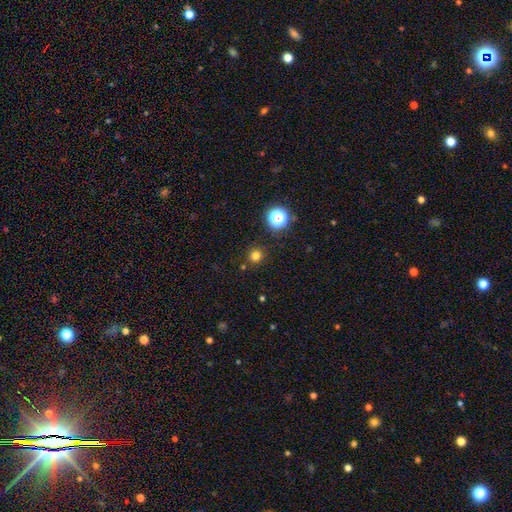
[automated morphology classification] Smooth or featured?
  - smooth: 76% *
  - star or artifact: 19%
  - featured or disk: 5%
How rounded?
  - round: 93% *
  - in between: 6%
  - cigar-shaped: 1%
Merging?
  - none: 88% *
  - minor disturbance: 7%
  - merger: 3%
  - major disturbance: 2%